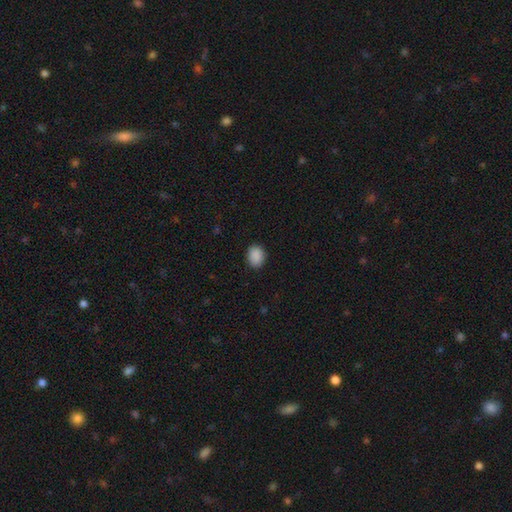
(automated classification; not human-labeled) smooth_or_featured: smooth (p=0.89) [alt: star or artifact p=0.08]
how_rounded: in between (p=0.54) [alt: round p=0.45]
merging: none (p=0.87) [alt: minor disturbance p=0.10]